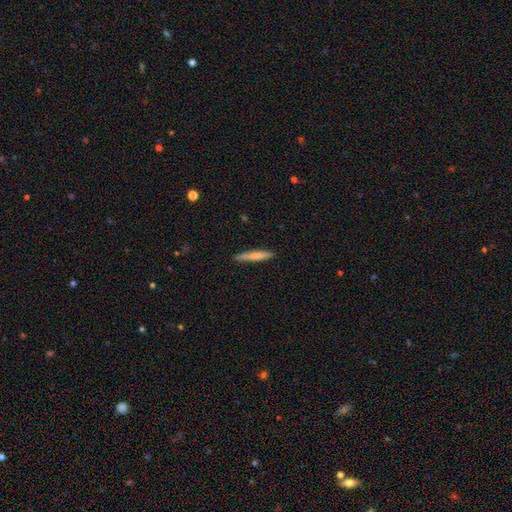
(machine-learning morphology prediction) The model was most divided on "smooth or featured": smooth: 69%, featured or disk: 26%, star or artifact: 6%. More confident: how rounded — cigar-shaped (94%); merging — none (90%).